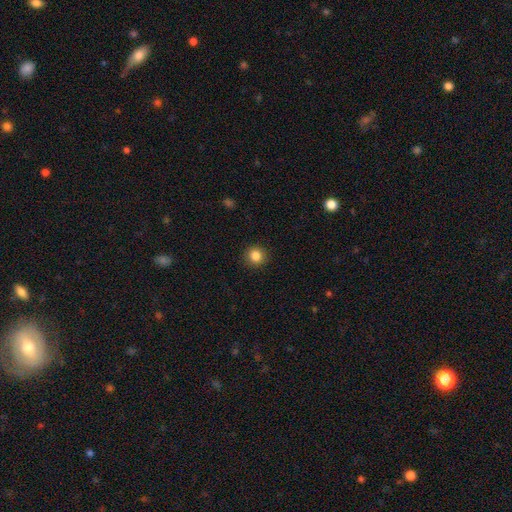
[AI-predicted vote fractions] This appears to be a smooth galaxy with no disk features (85%) that is round (91%). Merging: none (91%).